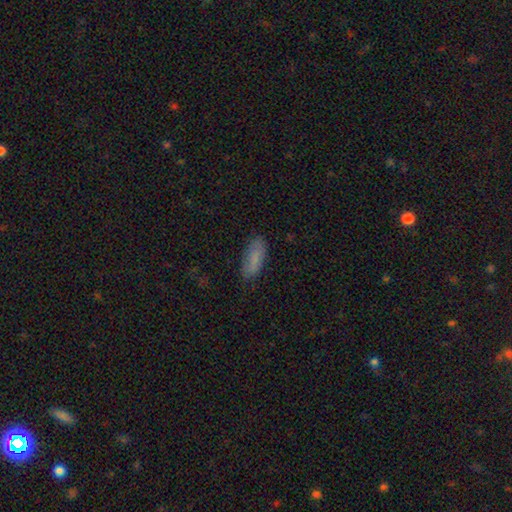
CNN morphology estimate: This appears to be a smooth galaxy with no disk features (82%) that is in between round and cigar-shaped (79%). Merging: none (80%).